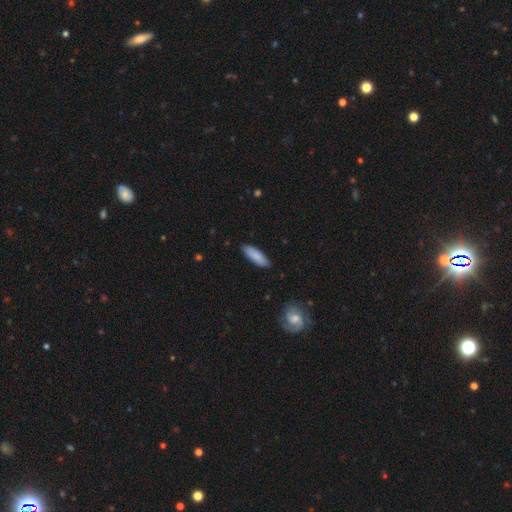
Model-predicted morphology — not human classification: smooth_or_featured: smooth (p=0.87) [alt: featured or disk p=0.07]
how_rounded: in between (p=0.50) [alt: cigar-shaped p=0.48]
merging: none (p=0.88) [alt: minor disturbance p=0.09]